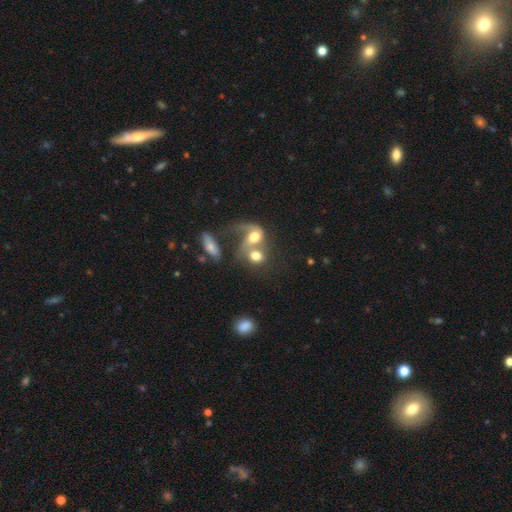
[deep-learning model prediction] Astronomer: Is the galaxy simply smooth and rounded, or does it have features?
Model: smooth — 53% (runner-up: featured or disk, 36%).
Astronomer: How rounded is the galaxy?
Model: round — 55% (runner-up: in between, 43%).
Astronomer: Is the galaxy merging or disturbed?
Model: merger — 72%.